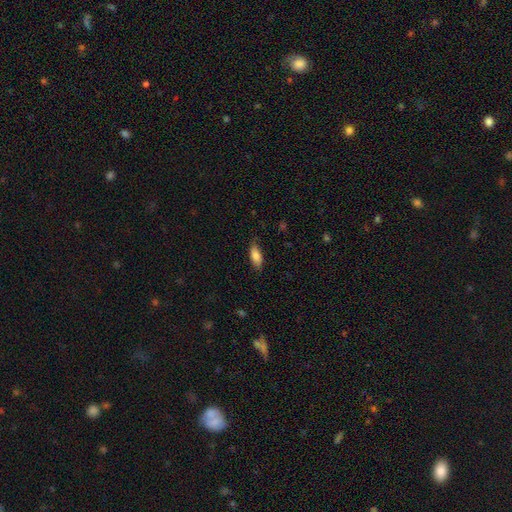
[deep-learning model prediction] Overall: smooth (82%). How rounded: in between (81%). Merging: none (78%).